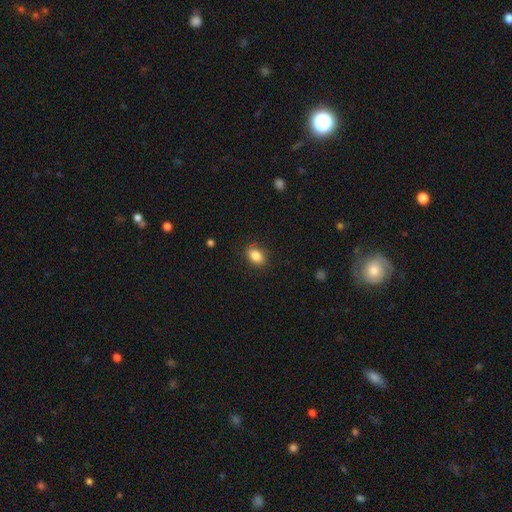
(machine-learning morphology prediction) smooth-or-featured: smooth: 86% | star or artifact: 8% | featured or disk: 6%
  how-rounded: in between: 81% | round: 17% | cigar-shaped: 2%
  merging: none: 86% | minor disturbance: 11% | major disturbance: 3% | merger: 1%